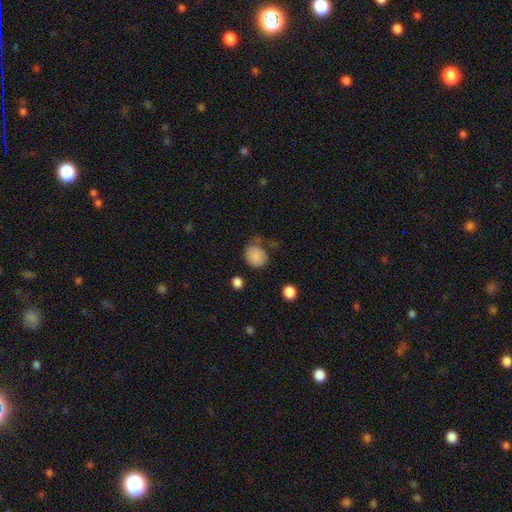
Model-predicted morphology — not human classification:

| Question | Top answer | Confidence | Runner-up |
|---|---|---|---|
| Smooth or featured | smooth | 85% | star or artifact (9%) |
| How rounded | round | 72% | in between (27%) |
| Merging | none | 58% | minor disturbance (25%) |